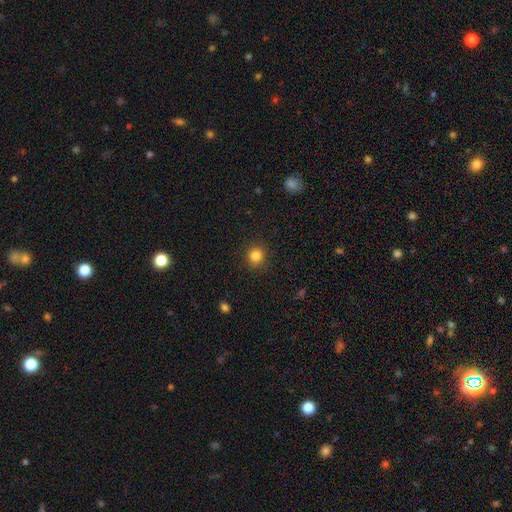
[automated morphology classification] type=smooth (84%); roundness=round (88%); merging=none (90%).